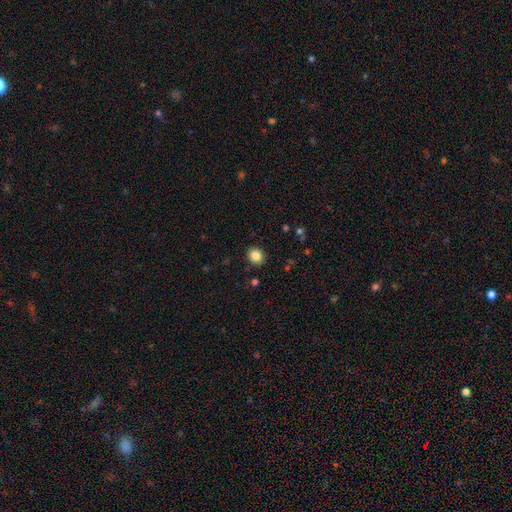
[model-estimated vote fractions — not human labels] smooth_or_featured: smooth (p=0.84) [alt: star or artifact p=0.10]
how_rounded: round (p=0.63) [alt: in between p=0.36]
merging: none (p=0.90) [alt: minor disturbance p=0.07]